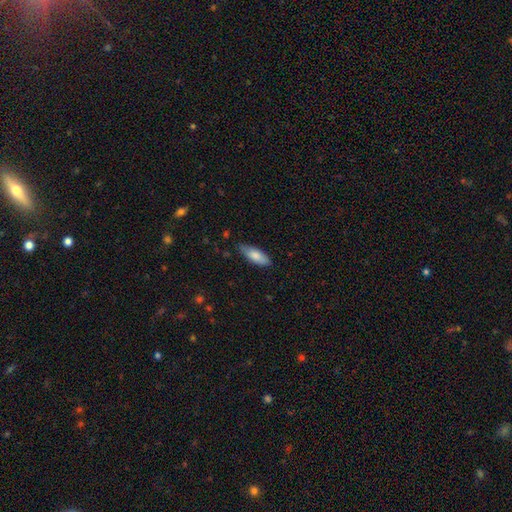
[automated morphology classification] Overall: smooth (81%). How rounded: in between (71%). Merging: none (78%).